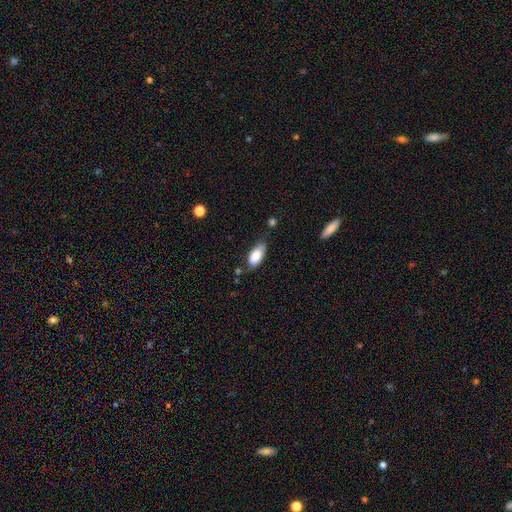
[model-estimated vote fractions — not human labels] Morphology: type=smooth (81%); roundness=in between (89%); merging=none (62%).